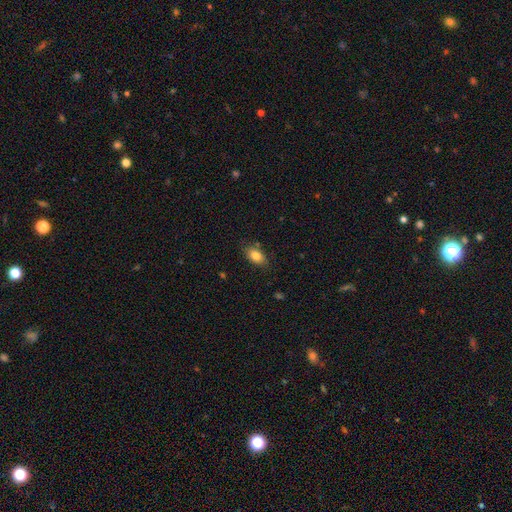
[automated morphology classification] type=smooth (82%); roundness=in between (86%); merging=none (80%).